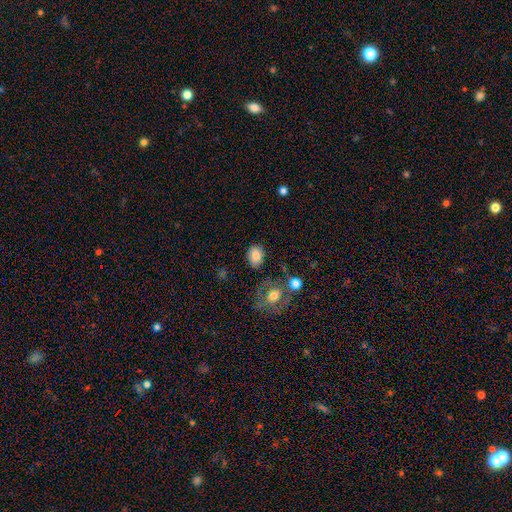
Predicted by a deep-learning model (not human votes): A smooth galaxy with no disk features (84%) that is in between round and cigar-shaped (57%).

Vote fractions:
- Smooth or featured? smooth: 84% / star or artifact: 9% / featured or disk: 7%
- How rounded? in between: 57% / round: 42% / cigar-shaped: 1%
- Merging? none: 77% / minor disturbance: 14% / merger: 4% / major disturbance: 4%